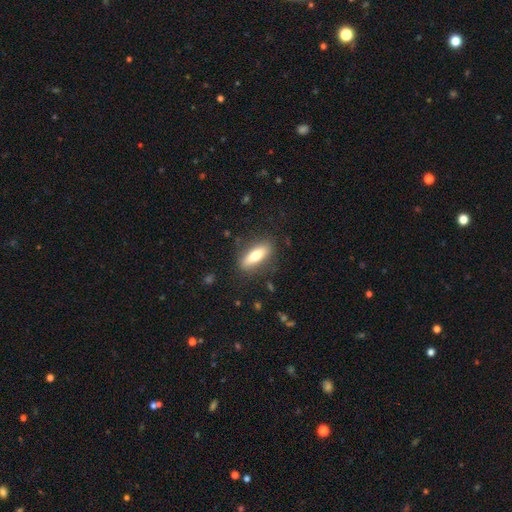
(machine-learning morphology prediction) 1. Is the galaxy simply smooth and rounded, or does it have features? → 67% smooth, 27% featured or disk, 6% star or artifact.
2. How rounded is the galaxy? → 54% in between, 44% cigar-shaped, 2% round.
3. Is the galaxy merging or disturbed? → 83% none, 12% minor disturbance, 4% major disturbance, 1% merger.